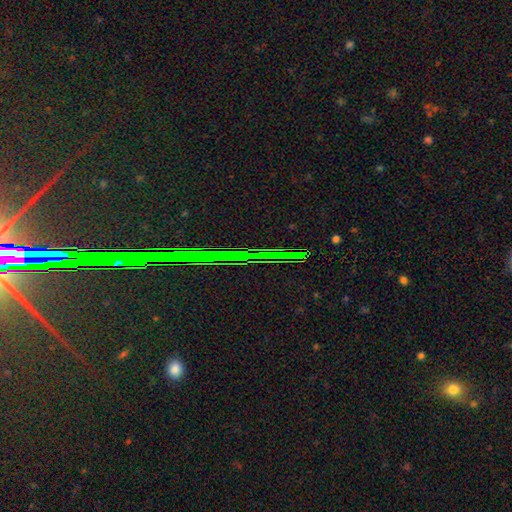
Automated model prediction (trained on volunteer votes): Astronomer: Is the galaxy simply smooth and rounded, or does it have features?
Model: star or artifact — 80%.